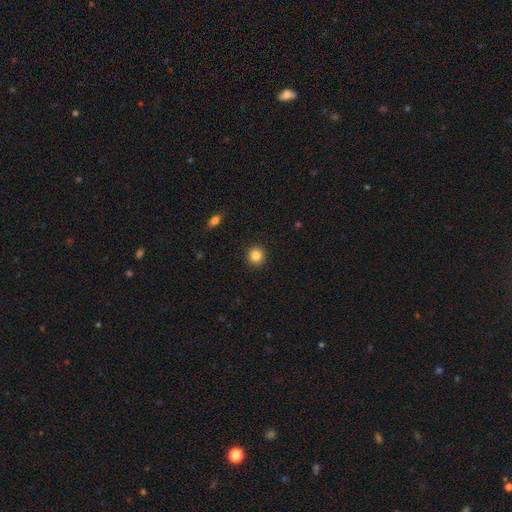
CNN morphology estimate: Smooth or featured?
  - smooth: 84% *
  - star or artifact: 11%
  - featured or disk: 5%
How rounded?
  - round: 93% *
  - in between: 6%
  - cigar-shaped: 1%
Merging?
  - none: 92% *
  - minor disturbance: 5%
  - major disturbance: 2%
  - merger: 1%